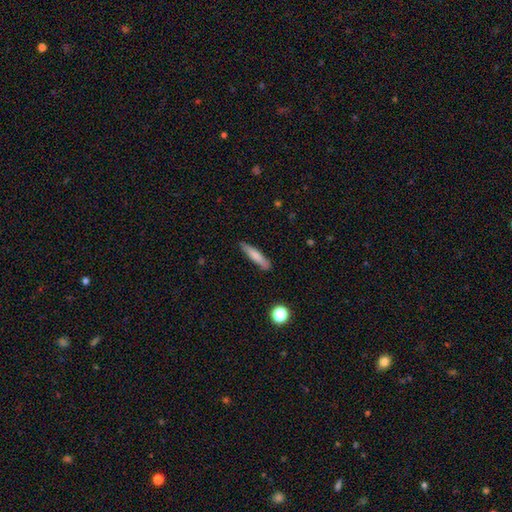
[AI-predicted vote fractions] smooth 76%, featured or disk 17%, star or artifact 7%. Down the decision tree: how rounded — cigar-shaped (87%); merging — none (85%).